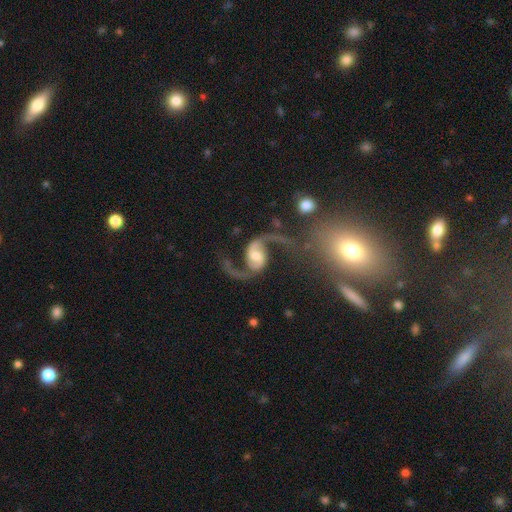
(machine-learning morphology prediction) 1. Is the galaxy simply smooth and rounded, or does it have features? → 92% featured or disk, 4% star or artifact, 4% smooth.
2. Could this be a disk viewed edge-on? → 98% no, 2% yes.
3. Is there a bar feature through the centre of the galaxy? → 42% weak, 39% no, 18% strong.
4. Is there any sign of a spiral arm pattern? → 98% yes, 2% no.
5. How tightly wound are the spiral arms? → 75% loose, 20% medium, 4% tight.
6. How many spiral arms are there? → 94% 2, 2% 1, 1% can't tell, 1% 3, 1% 4, 1% more than 4.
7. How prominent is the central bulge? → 51% moderate, 31% small, 11% large, 4% none, 2% dominant.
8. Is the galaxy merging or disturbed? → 67% none, 14% major disturbance, 13% minor disturbance, 6% merger.